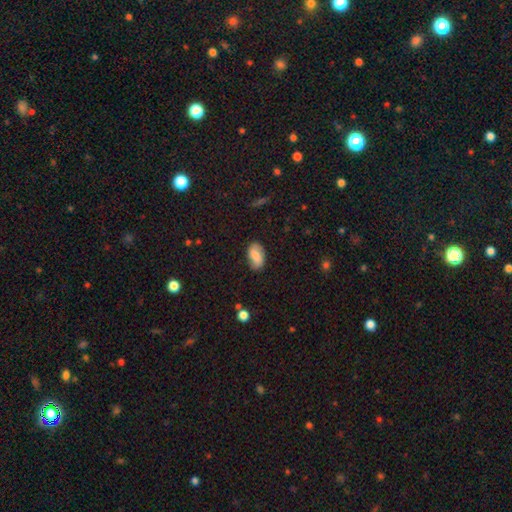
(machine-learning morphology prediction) smooth-or-featured: smooth: 67% | featured or disk: 26% | star or artifact: 8%
  how-rounded: in between: 92% | round: 5% | cigar-shaped: 3%
  merging: none: 80% | minor disturbance: 15% | major disturbance: 3% | merger: 1%